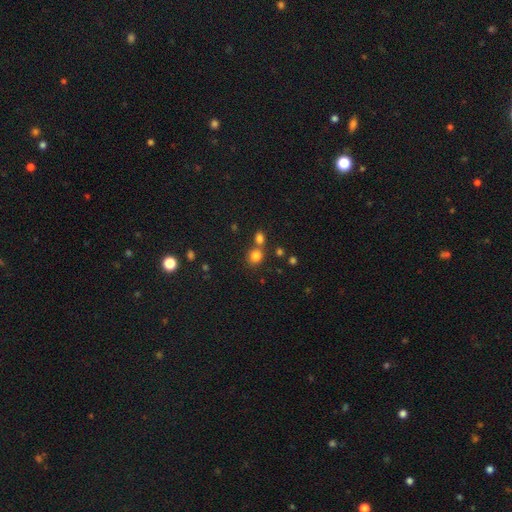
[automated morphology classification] Smooth or featured?
  - smooth: 81% *
  - star or artifact: 13%
  - featured or disk: 6%
How rounded?
  - round: 76% *
  - in between: 23%
  - cigar-shaped: 1%
Merging?
  - none: 59% *
  - merger: 29%
  - minor disturbance: 9%
  - major disturbance: 3%